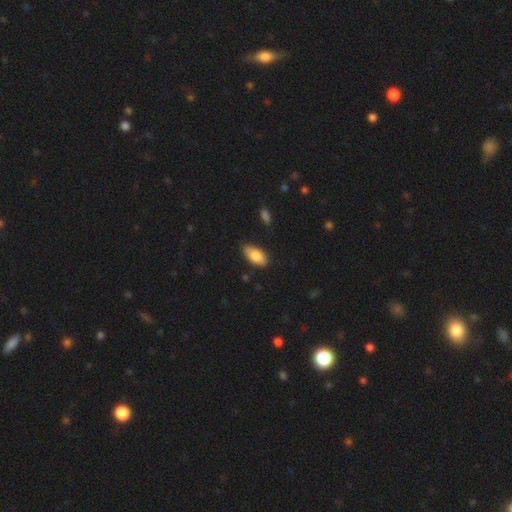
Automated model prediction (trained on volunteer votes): smooth-or-featured: smooth: 83% | featured or disk: 11% | star or artifact: 6%
  how-rounded: in between: 91% | cigar-shaped: 6% | round: 3%
  merging: none: 76% | minor disturbance: 20% | major disturbance: 3% | merger: 2%